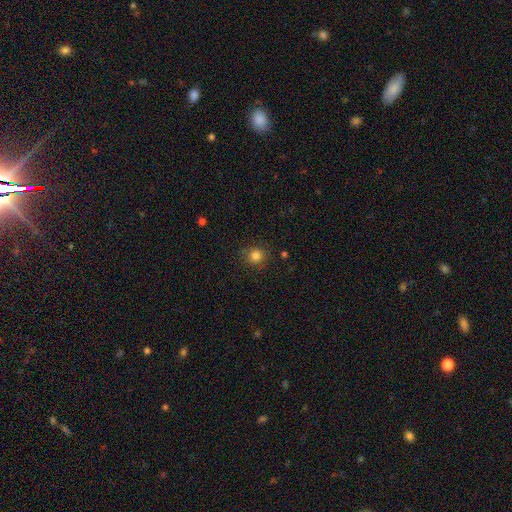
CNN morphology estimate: Q: Smooth or featured?
A: smooth (83%); runner-up: star or artifact (13%)
Q: How rounded?
A: round (89%); runner-up: in between (10%)
Q: Merging?
A: none (86%); runner-up: minor disturbance (10%)